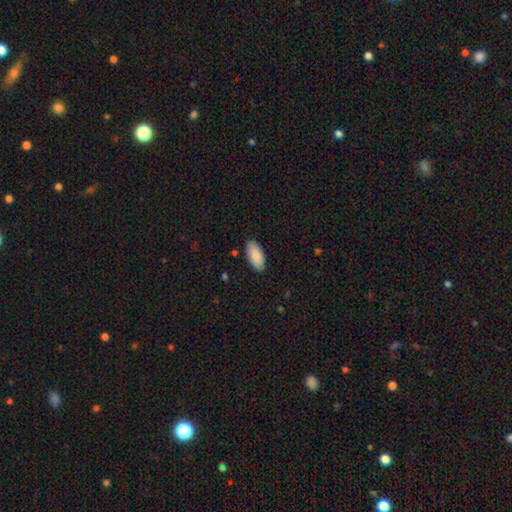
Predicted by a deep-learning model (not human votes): smooth-or-featured: smooth: 90% | star or artifact: 6% | featured or disk: 5%
  how-rounded: in between: 91% | cigar-shaped: 7% | round: 2%
  merging: none: 87% | minor disturbance: 10% | major disturbance: 2% | merger: 1%